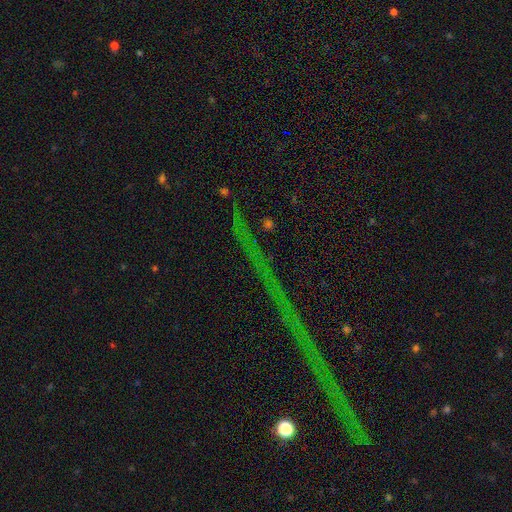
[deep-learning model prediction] star or artifact 84%, featured or disk 8%, smooth 8%.